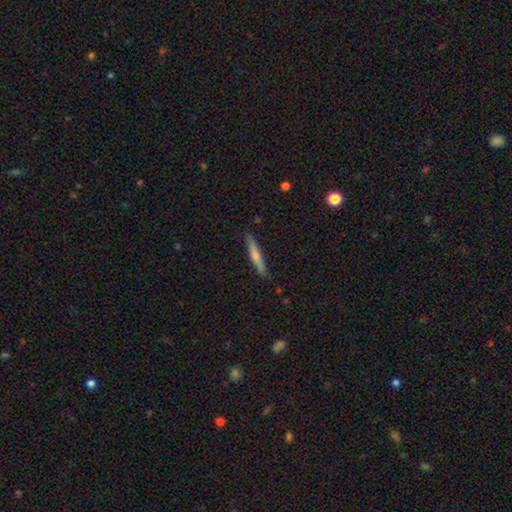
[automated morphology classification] This appears to be a smooth galaxy with no disk features (58%) that is cigar-shaped (94%). Merging: none (88%).